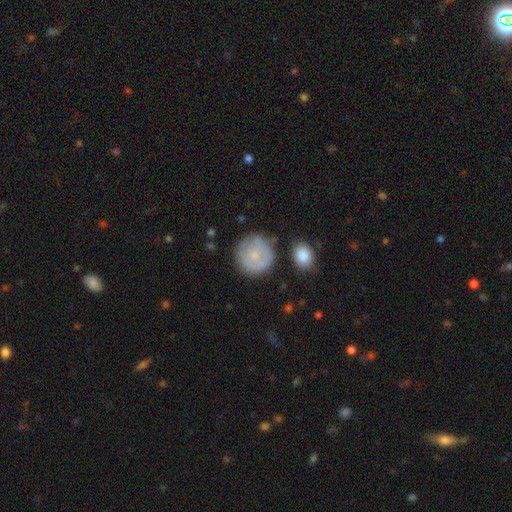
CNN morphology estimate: type=smooth (64%); roundness=round (92%); merging=none (72%).